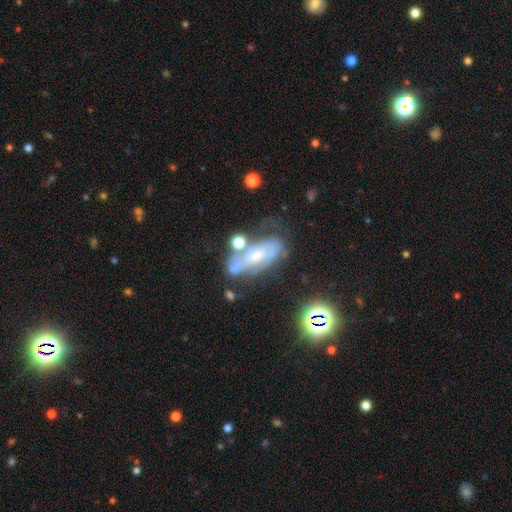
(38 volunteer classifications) Smooth or featured? 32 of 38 (84%) said featured or disk. Edge-on disk? 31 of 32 (97%) said no. Bar? 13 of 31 (42%) said no. Spiral arms? 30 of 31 (97%) said yes. Spiral winding? 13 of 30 (43%, tied with medium) said tight. Spiral arm count? 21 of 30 (70%) said 2. Bulge size? 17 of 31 (55%) said small. Merging? 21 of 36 (58%) said none.